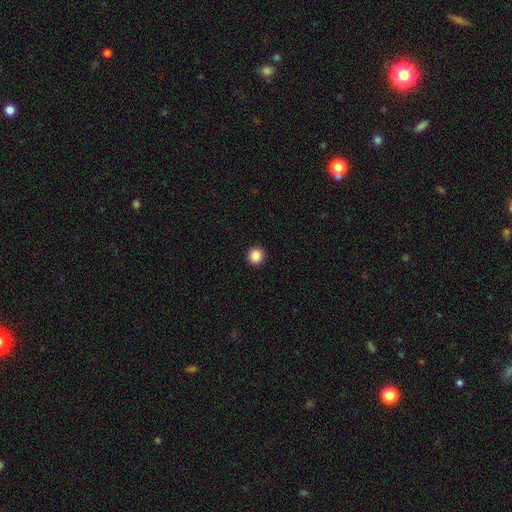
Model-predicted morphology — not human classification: A smooth galaxy with no disk features (87%) that is round (93%). Merging: none (94%).